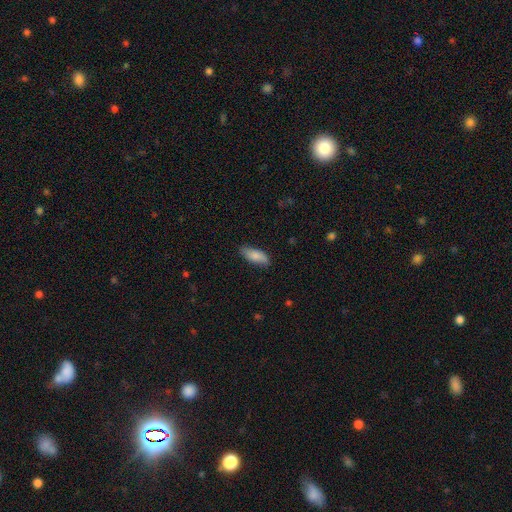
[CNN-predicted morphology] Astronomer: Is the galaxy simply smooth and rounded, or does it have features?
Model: smooth — 84%.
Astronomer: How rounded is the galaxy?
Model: in between — 78%.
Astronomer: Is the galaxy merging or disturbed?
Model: none — 79%.